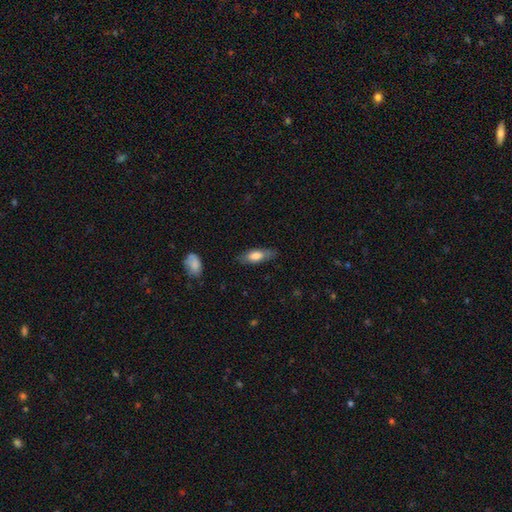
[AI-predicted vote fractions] Smooth or featured?
  - smooth: 71% *
  - featured or disk: 23%
  - star or artifact: 6%
How rounded?
  - in between: 68% *
  - cigar-shaped: 29%
  - round: 3%
Merging?
  - none: 74% *
  - minor disturbance: 20%
  - major disturbance: 5%
  - merger: 2%